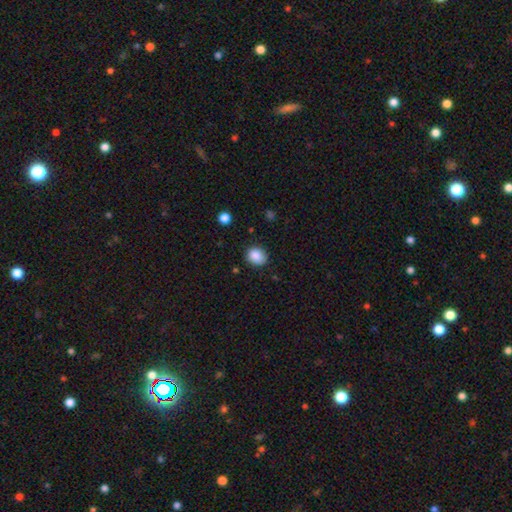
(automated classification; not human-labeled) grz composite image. It shows a smooth galaxy with no disk features (87%) that is round (66%). Merging: none (81%).